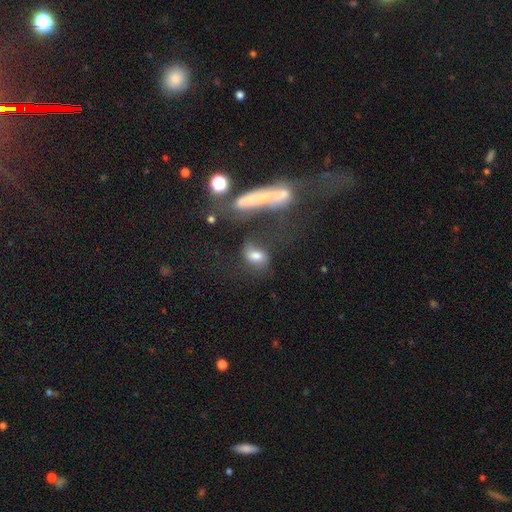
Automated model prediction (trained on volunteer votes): Overall: smooth (64%). How rounded: in between (74%). Merging: none (49%; merger 19%).